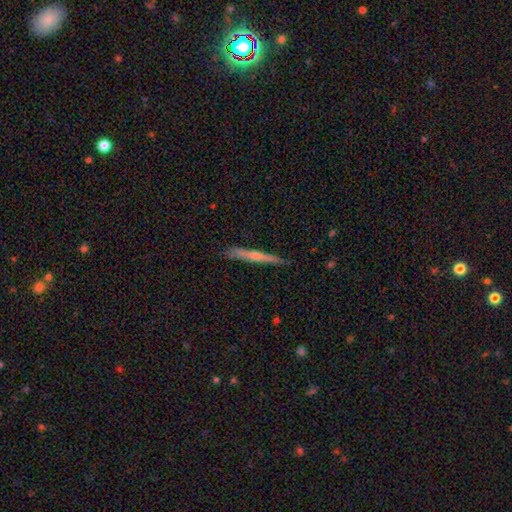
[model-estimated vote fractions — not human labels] This appears to be a featured or disk galaxy (59%) viewed edge-on (97%) with a rounded central bulge (62%). Merging: none (87%).